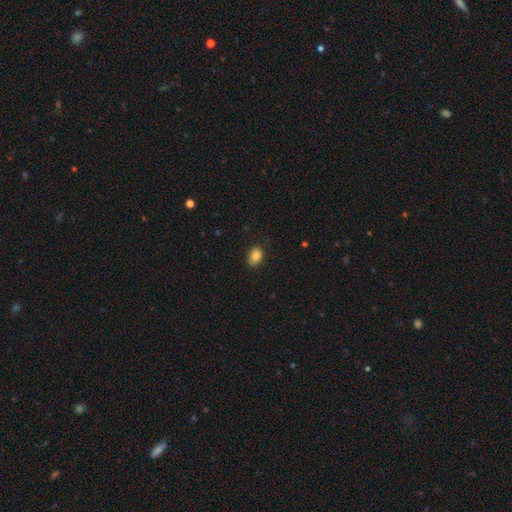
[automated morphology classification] Overall: smooth (85%). How rounded: in between (78%). Merging: none (82%).